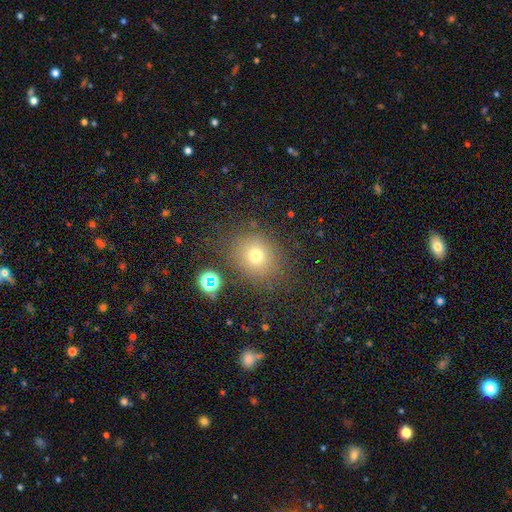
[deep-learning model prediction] This is likely a smooth galaxy (71%). How rounded: likely round (78%). Merging: likely none (80%).